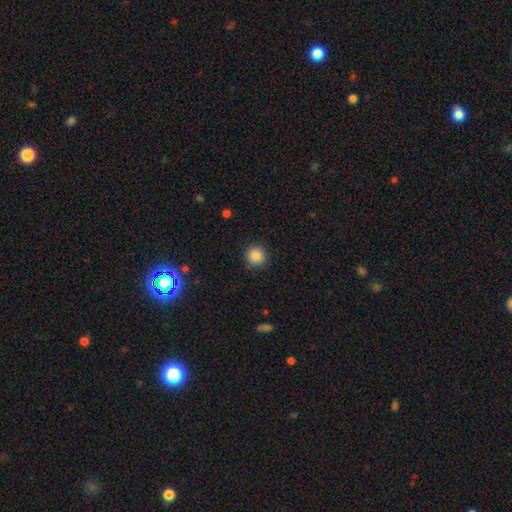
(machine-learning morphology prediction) Smooth or featured? smooth (87%)
How rounded? round (94%)
Merging? none (90%)